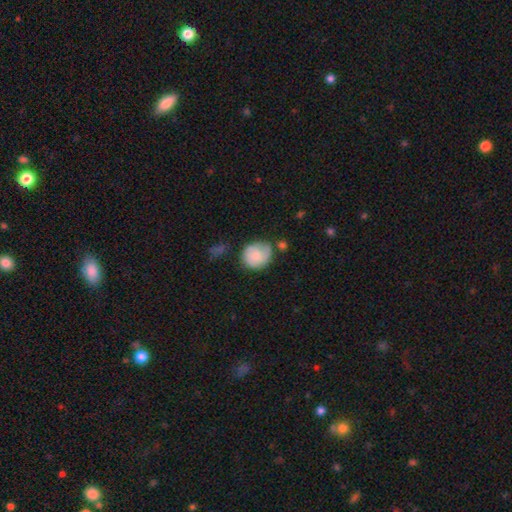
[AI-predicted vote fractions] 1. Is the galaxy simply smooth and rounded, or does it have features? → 72% smooth, 21% featured or disk, 7% star or artifact.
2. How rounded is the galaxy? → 75% round, 24% in between, 1% cigar-shaped.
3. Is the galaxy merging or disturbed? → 58% none, 27% minor disturbance, 8% major disturbance, 7% merger.